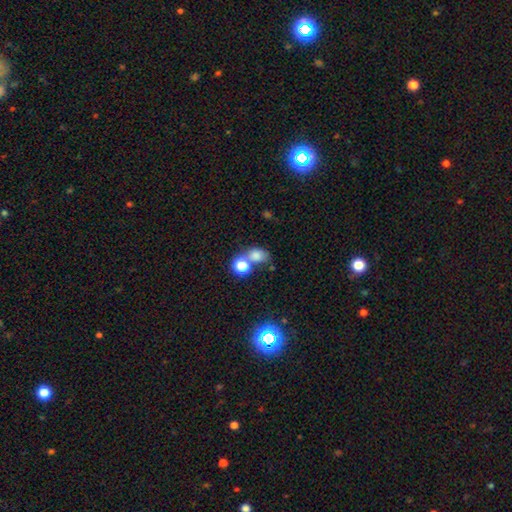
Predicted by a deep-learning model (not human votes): A smooth galaxy with no disk features (74%) that is in between round and cigar-shaped (61%).

Vote fractions:
- Smooth or featured? smooth: 74% / star or artifact: 16% / featured or disk: 10%
- How rounded? in between: 61% / round: 38% / cigar-shaped: 2%
- Merging? none: 43% / merger: 37% / minor disturbance: 12% / major disturbance: 7%